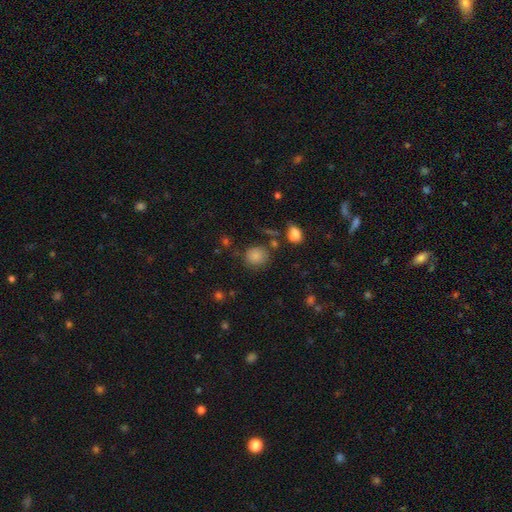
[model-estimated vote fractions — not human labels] Smooth or featured? smooth (82%)
How rounded? round (82%)
Merging? none (75%)